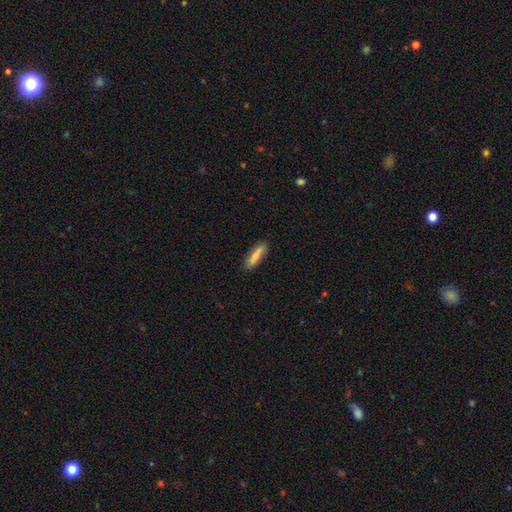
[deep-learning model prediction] smooth_or_featured: smooth (p=0.70) [alt: featured or disk p=0.24]
how_rounded: cigar-shaped (p=0.71) [alt: in between p=0.27]
merging: none (p=0.82) [alt: minor disturbance p=0.13]